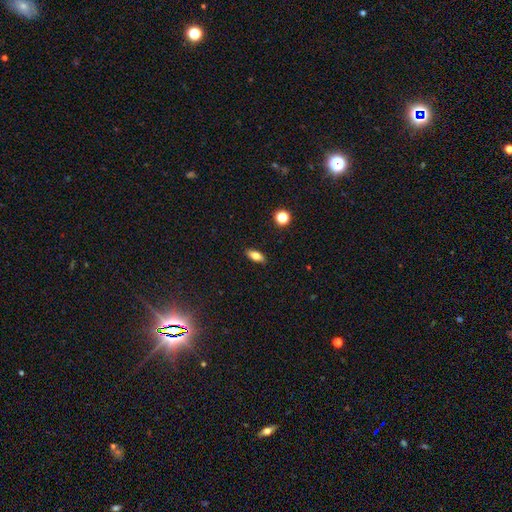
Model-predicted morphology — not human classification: The model was most divided on "smooth or featured": smooth: 76%, featured or disk: 15%, star or artifact: 9%. More confident: merging — none (89%); how rounded — in between (81%).